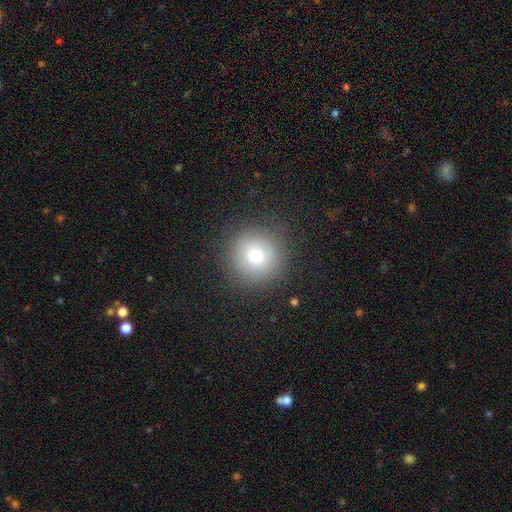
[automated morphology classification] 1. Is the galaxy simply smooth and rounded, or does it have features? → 73% smooth, 14% featured or disk, 13% star or artifact.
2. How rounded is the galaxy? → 95% round, 4% in between, 1% cigar-shaped.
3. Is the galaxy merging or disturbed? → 87% none, 8% minor disturbance, 4% major disturbance, 1% merger.